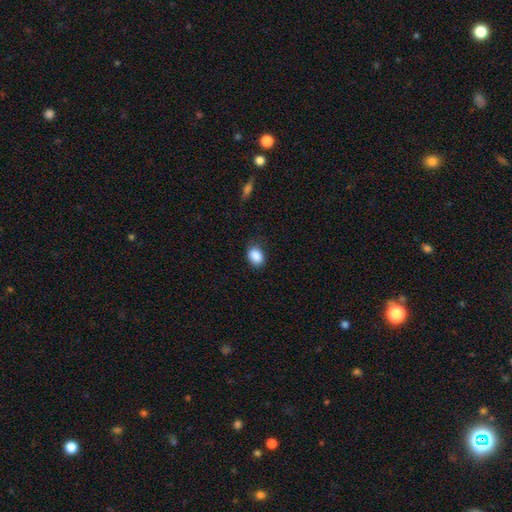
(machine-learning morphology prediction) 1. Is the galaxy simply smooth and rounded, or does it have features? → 88% smooth, 8% star or artifact, 3% featured or disk.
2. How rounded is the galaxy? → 67% in between, 32% round, 1% cigar-shaped.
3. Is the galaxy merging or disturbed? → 78% none, 17% minor disturbance, 4% major disturbance, 1% merger.